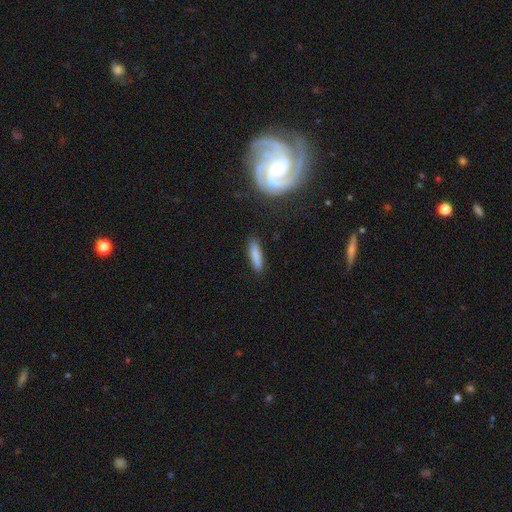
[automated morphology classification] Smooth or featured?
  - smooth: 84% *
  - featured or disk: 9%
  - star or artifact: 7%
How rounded?
  - cigar-shaped: 78% *
  - in between: 20%
  - round: 2%
Merging?
  - none: 88% *
  - minor disturbance: 9%
  - major disturbance: 2%
  - merger: 1%